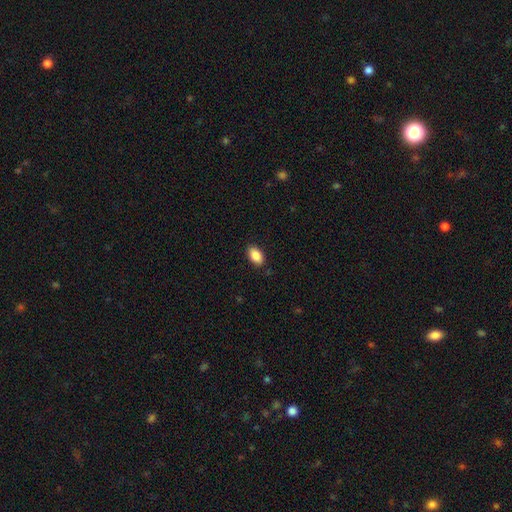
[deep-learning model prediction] The model was most divided on "merging": none: 87%, minor disturbance: 10%, major disturbance: 2%, merger: 1%. More confident: how rounded — in between (92%); smooth or featured — smooth (87%).